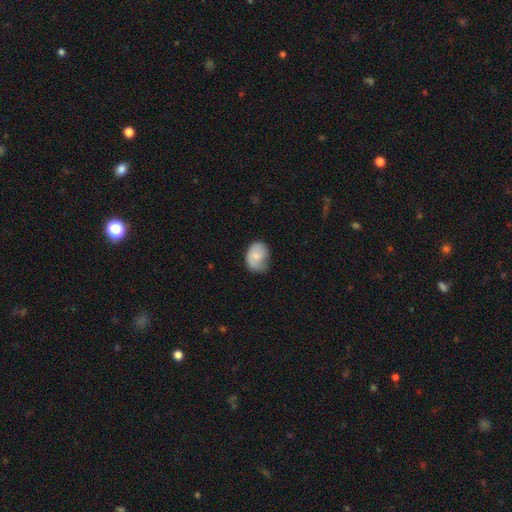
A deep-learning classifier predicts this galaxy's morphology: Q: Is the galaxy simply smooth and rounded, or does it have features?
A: smooth — 72%.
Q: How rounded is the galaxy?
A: in between — 66%.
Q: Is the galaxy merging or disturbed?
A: none — 43%.